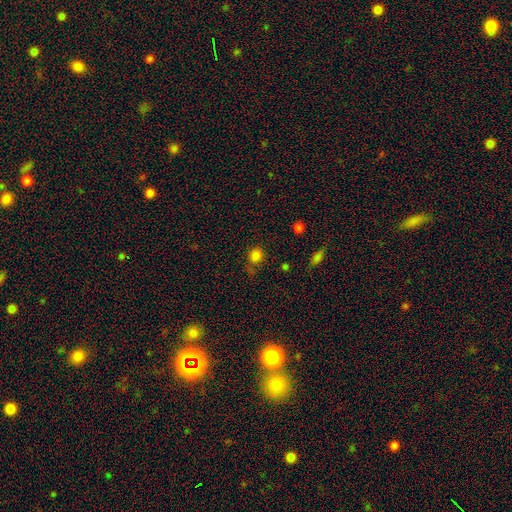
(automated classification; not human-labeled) Smooth or featured? Predicted: smooth (p=0.79). How rounded? Predicted: round (p=0.77). Merging? Predicted: none (p=0.67).